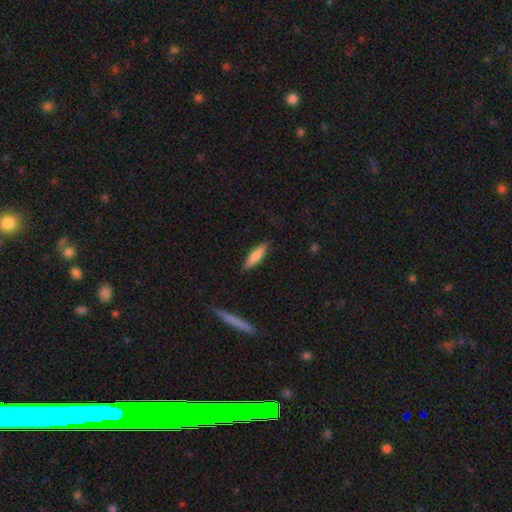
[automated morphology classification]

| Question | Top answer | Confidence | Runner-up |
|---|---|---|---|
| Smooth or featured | smooth | 76% | featured or disk (18%) |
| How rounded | cigar-shaped | 70% | in between (28%) |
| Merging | none | 86% | minor disturbance (11%) |